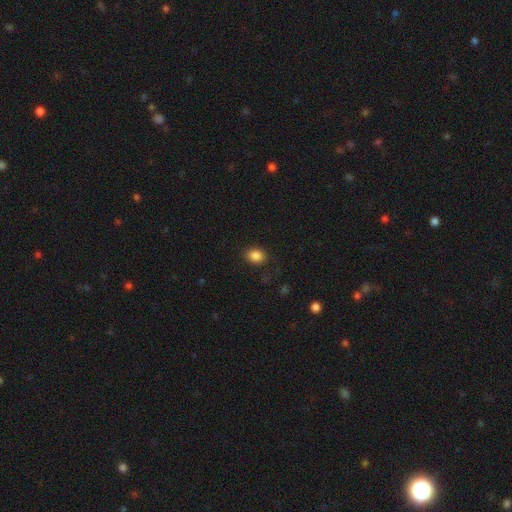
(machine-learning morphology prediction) The model was most divided on "how rounded": in between: 52%, round: 47%, cigar-shaped: 1%. More confident: merging — none (86%); smooth or featured — smooth (86%).